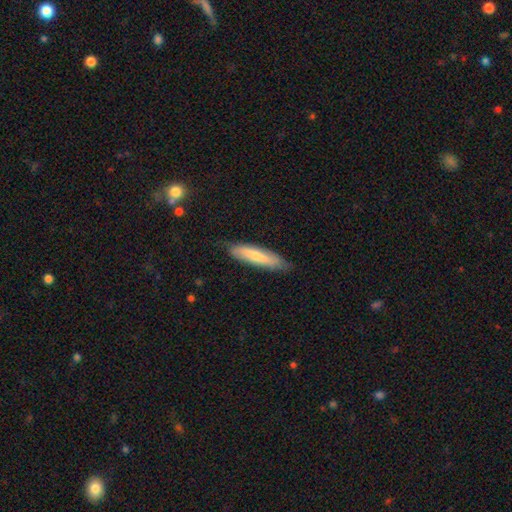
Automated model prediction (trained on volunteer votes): Smooth or featured? Predicted: smooth (p=0.67). How rounded? Predicted: cigar-shaped (p=0.78). Merging? Predicted: none (p=0.78).